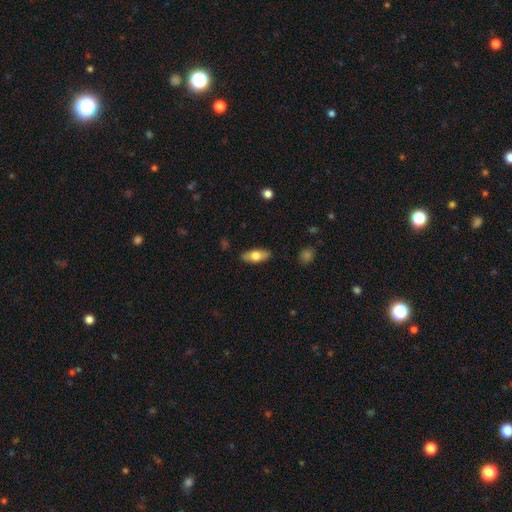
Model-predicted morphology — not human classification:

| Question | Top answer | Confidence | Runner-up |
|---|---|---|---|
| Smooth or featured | smooth | 70% | featured or disk (25%) |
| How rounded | in between | 81% | cigar-shaped (16%) |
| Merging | none | 87% | minor disturbance (10%) |